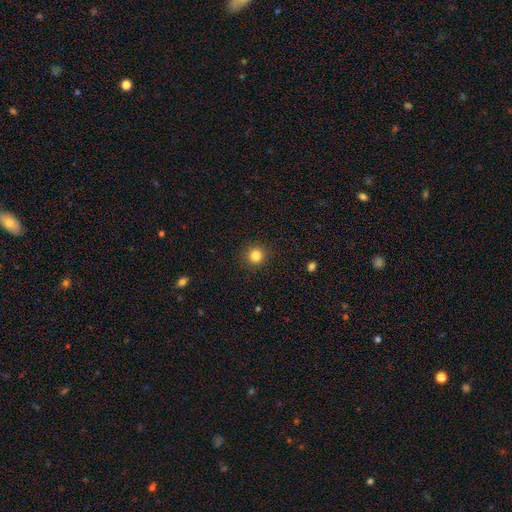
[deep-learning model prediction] A smooth galaxy with no disk features (83%) that is round (93%). Merging: none (91%).